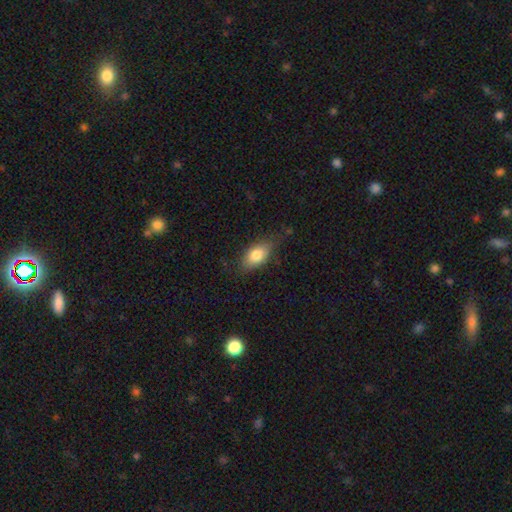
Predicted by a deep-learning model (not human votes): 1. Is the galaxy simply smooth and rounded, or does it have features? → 79% smooth, 14% featured or disk, 7% star or artifact.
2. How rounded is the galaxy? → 88% in between, 7% round, 6% cigar-shaped.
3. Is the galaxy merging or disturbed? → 72% none, 21% minor disturbance, 5% major disturbance, 1% merger.